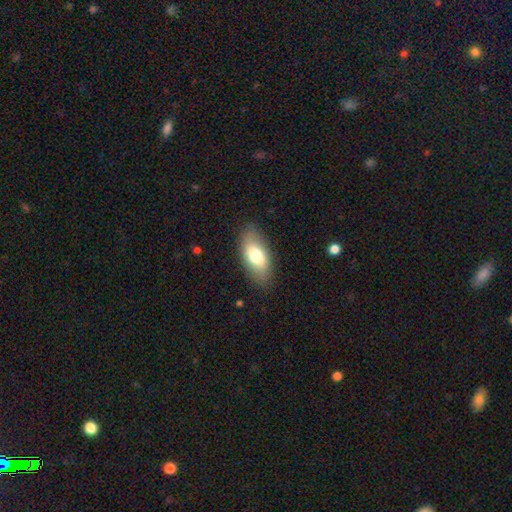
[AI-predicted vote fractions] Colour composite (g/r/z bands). It shows a smooth galaxy with no disk features (74%) that is in between round and cigar-shaped (90%). Merging: none (84%).